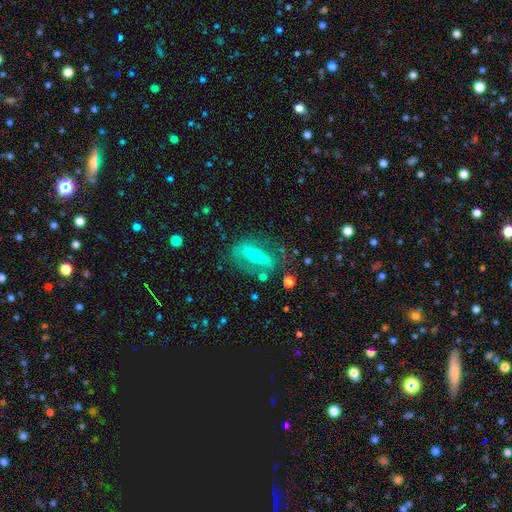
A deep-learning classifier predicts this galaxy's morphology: smooth_or_featured: featured or disk (p=0.62) [alt: smooth p=0.30]
disk_edge_on: no (p=0.72) [alt: yes p=0.28]
merging: none (p=0.64) [alt: minor disturbance p=0.18]